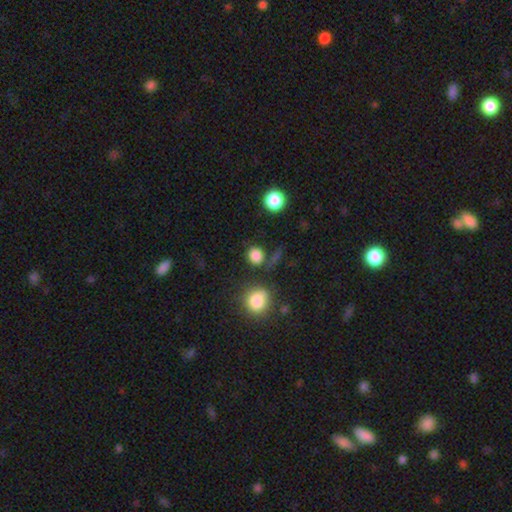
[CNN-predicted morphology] The model was most divided on "merging": none: 77%, minor disturbance: 11%, merger: 7%, major disturbance: 5%. More confident: smooth or featured — smooth (83%); how rounded — round (82%).